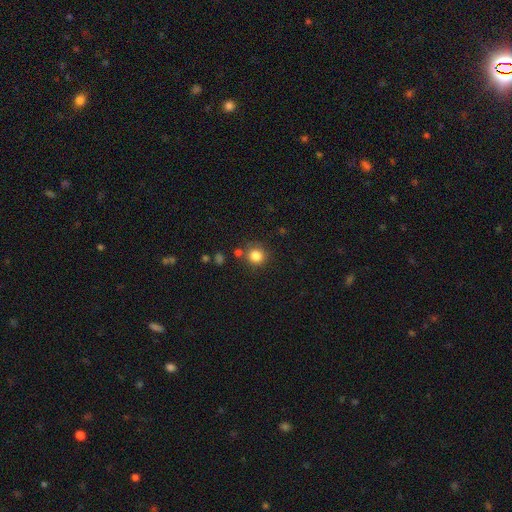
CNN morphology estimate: Smooth or featured: smooth — 83% (star or artifact — 11%)
How rounded: round — 89% (in between — 10%)
Merging: none — 78% (minor disturbance — 11%)